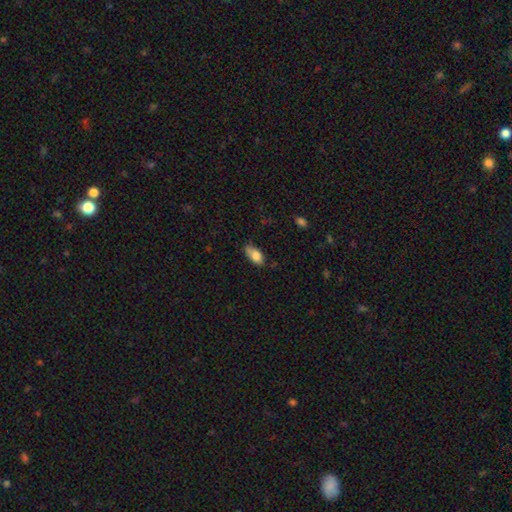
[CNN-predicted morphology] smooth-or-featured: smooth: 79% | featured or disk: 13% | star or artifact: 8%
  how-rounded: in between: 87% | cigar-shaped: 8% | round: 5%
  merging: none: 54% | minor disturbance: 32% | major disturbance: 8% | merger: 6%